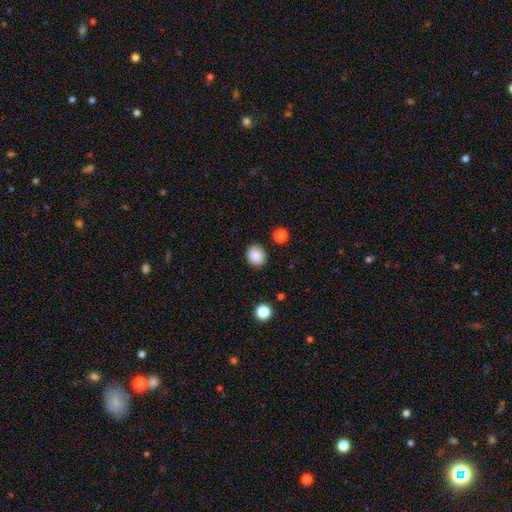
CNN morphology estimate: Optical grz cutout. It shows a smooth galaxy with no disk features (88%) that is round (63%). Merging: none (87%).